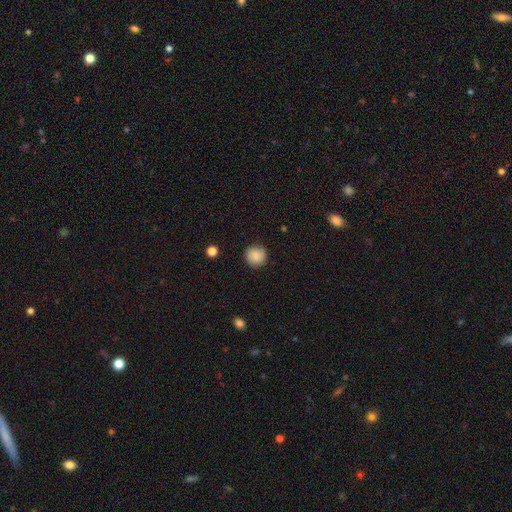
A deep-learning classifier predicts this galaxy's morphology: This is clearly a smooth galaxy (84%). How rounded: clearly round (93%). Merging: clearly none (85%).